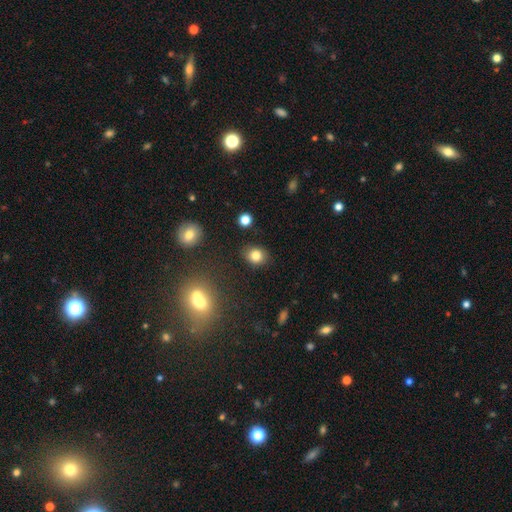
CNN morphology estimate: Smooth or featured: smooth — 81% (star or artifact — 11%)
How rounded: round — 54% (in between — 45%)
Merging: none — 86% (minor disturbance — 9%)